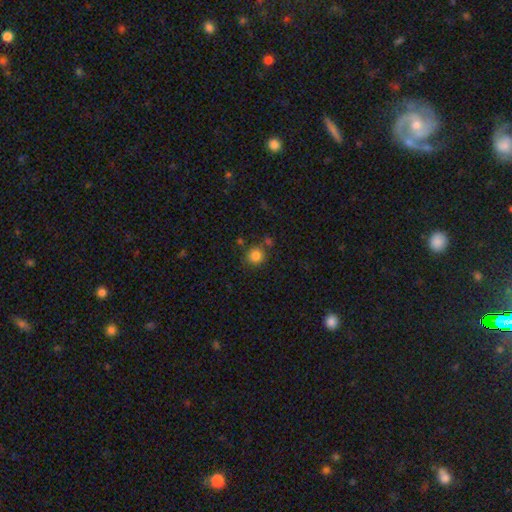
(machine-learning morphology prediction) Q: Smooth or featured?
A: smooth (84%); runner-up: star or artifact (11%)
Q: How rounded?
A: round (89%); runner-up: in between (10%)
Q: Merging?
A: none (77%); runner-up: minor disturbance (11%)